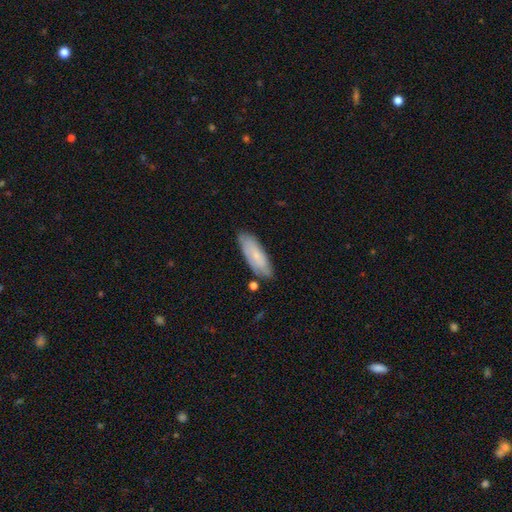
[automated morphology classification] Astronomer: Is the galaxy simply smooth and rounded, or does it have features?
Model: smooth — 64%.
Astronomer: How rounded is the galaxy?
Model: in between — 62%.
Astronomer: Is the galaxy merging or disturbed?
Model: none — 74%.